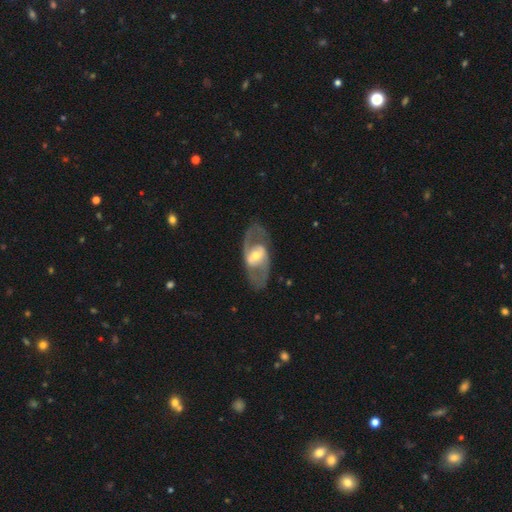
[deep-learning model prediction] Smooth or featured: featured or disk — 80% (smooth — 15%)
Edge-on disk: no — 92% (yes — 8%)
Bar: strong — 41% (weak — 39%)
Spiral arms: yes — 73% (no — 27%)
Spiral winding: medium — 52% (loose — 25%)
Spiral arm count: 2 — 85% (can't tell — 9%)
Bulge size: moderate — 60% (small — 25%)
Merging: none — 78% (minor disturbance — 12%)